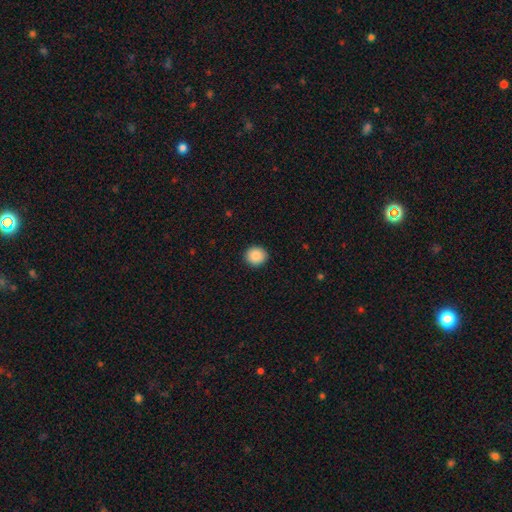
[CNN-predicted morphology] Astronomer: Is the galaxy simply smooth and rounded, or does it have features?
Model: smooth — 89%.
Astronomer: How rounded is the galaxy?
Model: round — 87%.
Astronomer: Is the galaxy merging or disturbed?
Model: none — 91%.